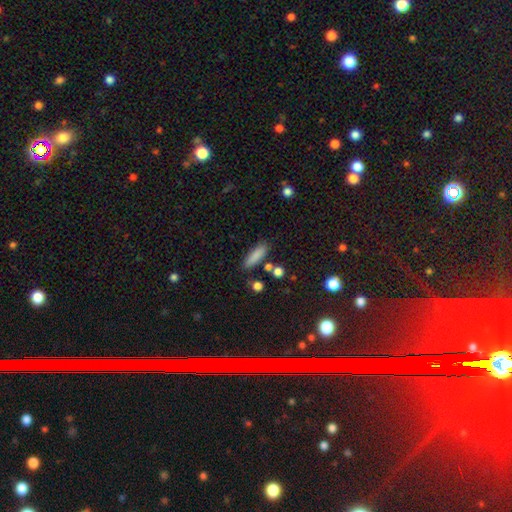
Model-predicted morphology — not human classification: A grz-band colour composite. It shows a smooth galaxy with no disk features (85%) that is cigar-shaped (60%). Merging: none (79%).